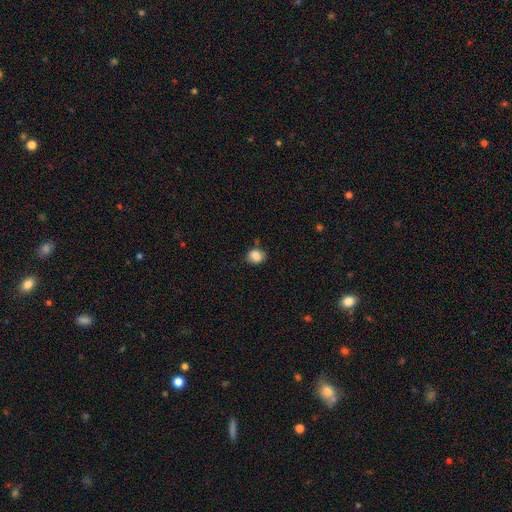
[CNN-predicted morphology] Smooth or featured?
  - smooth: 85% *
  - star or artifact: 9%
  - featured or disk: 6%
How rounded?
  - round: 58% *
  - in between: 41%
  - cigar-shaped: 1%
Merging?
  - none: 70% *
  - minor disturbance: 21%
  - major disturbance: 5%
  - merger: 4%